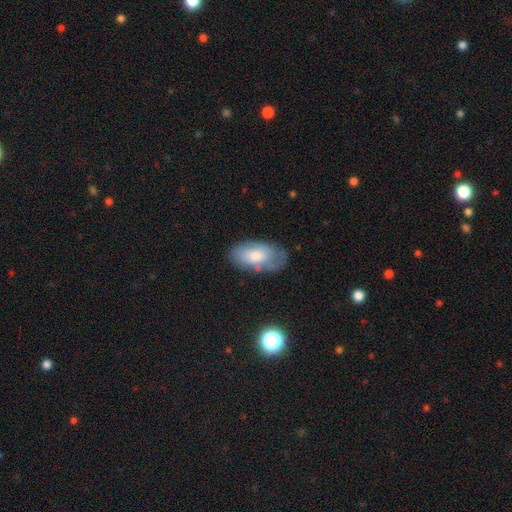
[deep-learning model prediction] This appears to be a smooth galaxy with no disk features (63%) that is in between round and cigar-shaped (94%). Merging: none (65%).